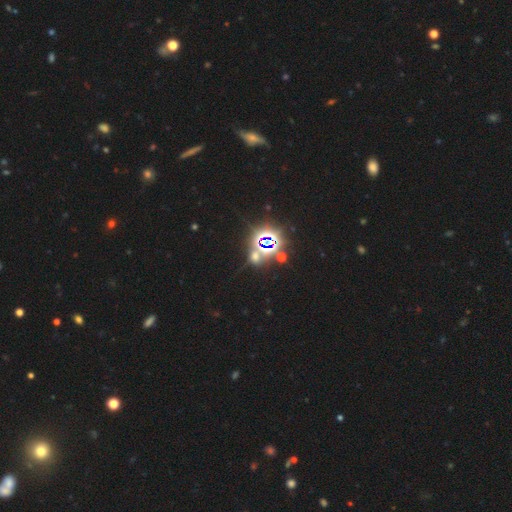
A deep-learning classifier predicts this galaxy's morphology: The model was most divided on "smooth or featured": star or artifact: 72%, smooth: 20%, featured or disk: 8%.